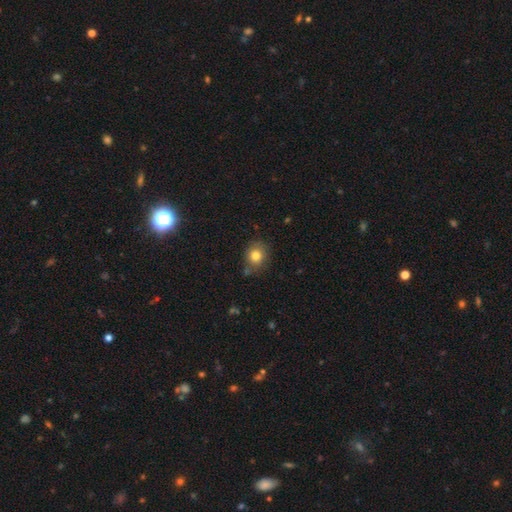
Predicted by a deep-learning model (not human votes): Morphology: type=smooth (80%); roundness=round (76%); merging=none (75%).